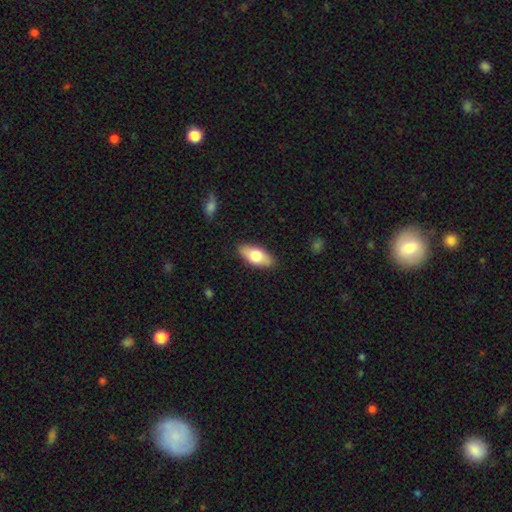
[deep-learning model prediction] A smooth galaxy with no disk features (68%) that is in between round and cigar-shaped (86%).

Vote fractions:
- Smooth or featured? smooth: 68% / featured or disk: 26% / star or artifact: 6%
- How rounded? in between: 86% / cigar-shaped: 11% / round: 3%
- Merging? none: 87% / minor disturbance: 10% / major disturbance: 2% / merger: 1%